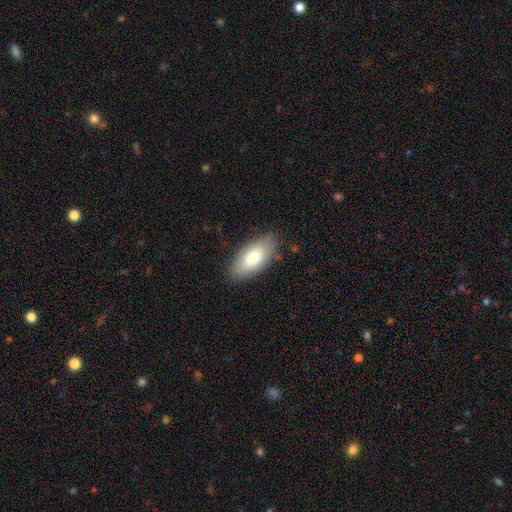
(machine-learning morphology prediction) Smooth or featured?
  - smooth: 78% *
  - featured or disk: 16%
  - star or artifact: 6%
How rounded?
  - in between: 89% *
  - cigar-shaped: 8%
  - round: 2%
Merging?
  - none: 84% *
  - minor disturbance: 12%
  - major disturbance: 3%
  - merger: 1%